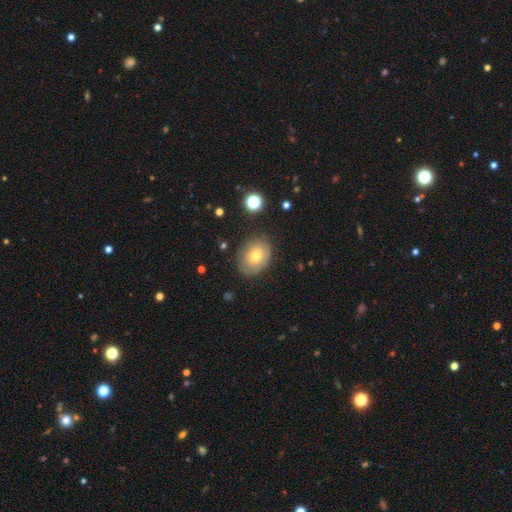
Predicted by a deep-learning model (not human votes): This appears to be a smooth galaxy with no disk features (66%) that is in between round and cigar-shaped (63%). Merging: none (80%).